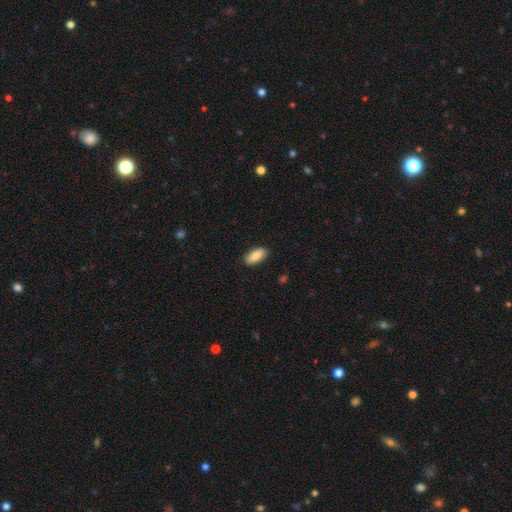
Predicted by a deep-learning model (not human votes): Smooth or featured: smooth — 87% (featured or disk — 7%)
How rounded: in between — 86% (cigar-shaped — 12%)
Merging: none — 88% (minor disturbance — 9%)